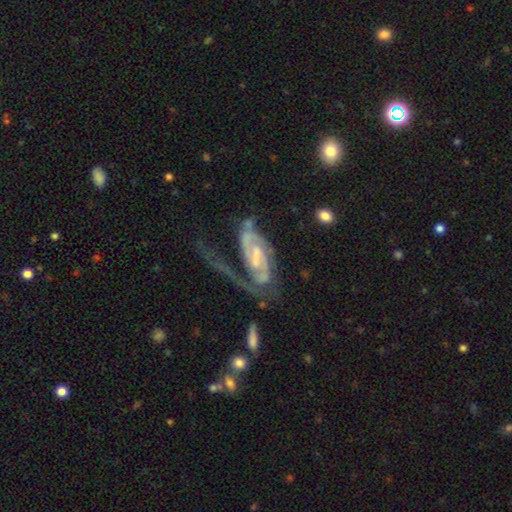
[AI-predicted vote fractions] The model was most divided on "spiral winding": medium: 45%, tight: 37%, loose: 18%. Remaining: edge-on disk — no (95%); spiral arms — yes (94%); smooth or featured — featured or disk (85%); spiral arm count — 2 (67%); bar — weak (43%); merging — major disturbance (42%); bulge size — small (42%).